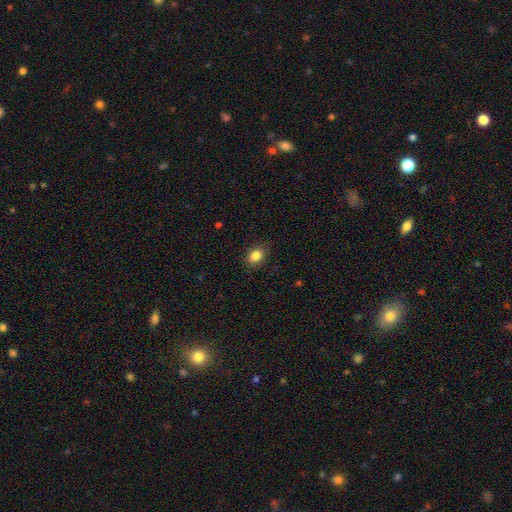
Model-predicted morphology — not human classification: smooth 85%, star or artifact 10%, featured or disk 5%. Down the decision tree: how rounded — in between (62%); merging — none (85%).